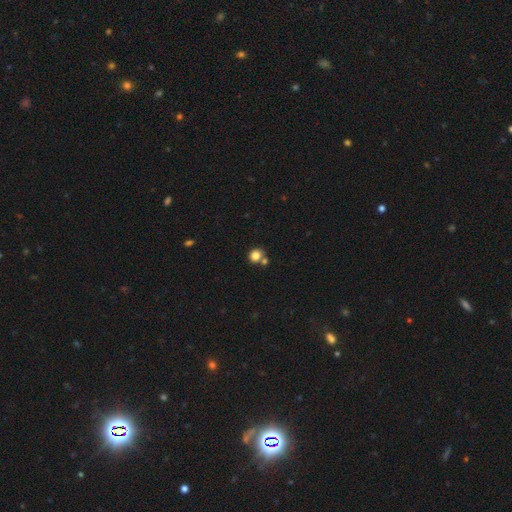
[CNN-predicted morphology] This appears to be a smooth galaxy with no disk features (82%) that is round (82%). Merging: none (60%).